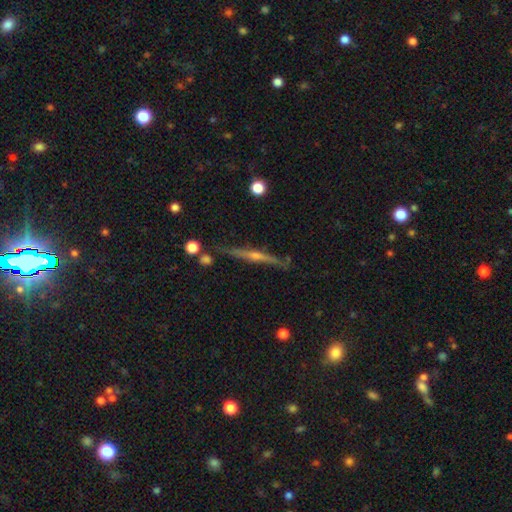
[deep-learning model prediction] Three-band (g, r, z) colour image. It shows a featured or disk galaxy (74%) viewed edge-on (97%) with a rounded central bulge (76%). Merging: none (83%).